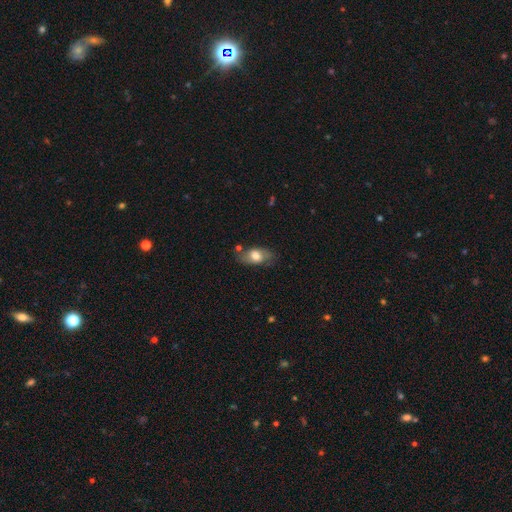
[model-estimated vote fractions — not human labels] This appears to be a smooth galaxy with no disk features (67%) that is in between round and cigar-shaped (87%). Merging: none (67%).